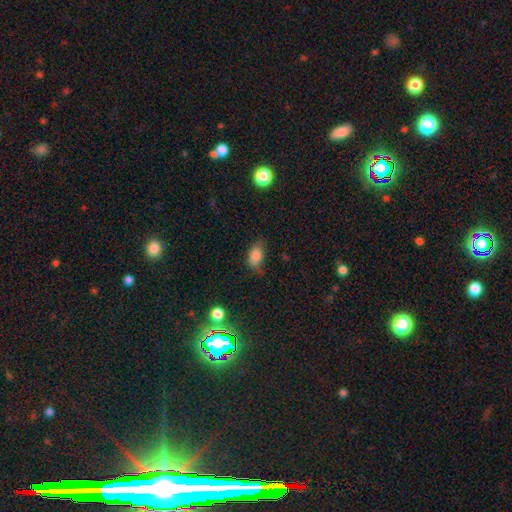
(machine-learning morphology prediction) smooth_or_featured: smooth (p=0.81) [alt: star or artifact p=0.10]
how_rounded: in between (p=0.90) [alt: round p=0.07]
merging: none (p=0.53) [alt: minor disturbance p=0.33]